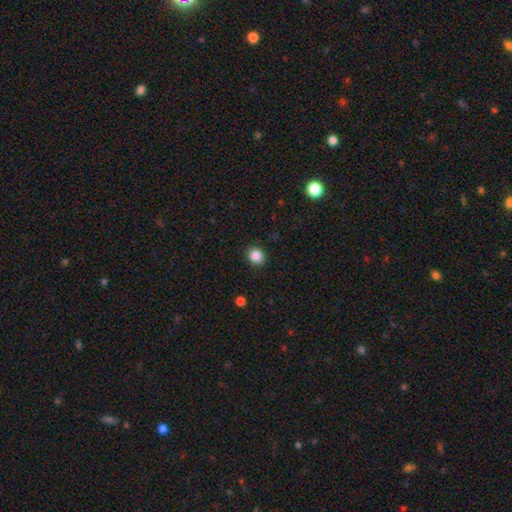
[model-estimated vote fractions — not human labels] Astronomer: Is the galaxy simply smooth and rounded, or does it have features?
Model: smooth — 85%.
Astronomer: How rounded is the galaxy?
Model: round — 69%.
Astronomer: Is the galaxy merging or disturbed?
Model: none — 90%.